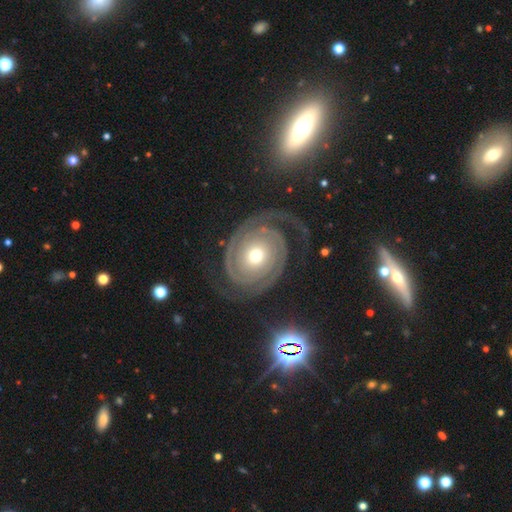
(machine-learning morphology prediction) Overall: featured or disk (90%). Edge-on disk: no (97%). Bar: no (78%). Spiral arms: yes (98%). Spiral arm count: 2 (87%). Spiral winding: tight (73%). Bulge size: moderate (66%). Merging: none (75%).